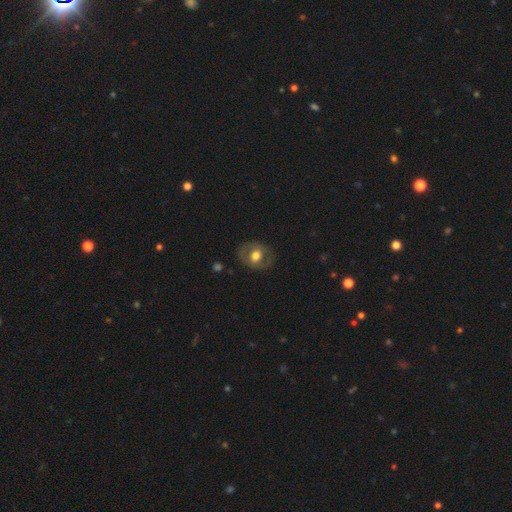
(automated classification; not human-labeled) Overall: smooth (52%; featured or disk 41%). How rounded: round (55%; in between 44%). Merging: none (80%).